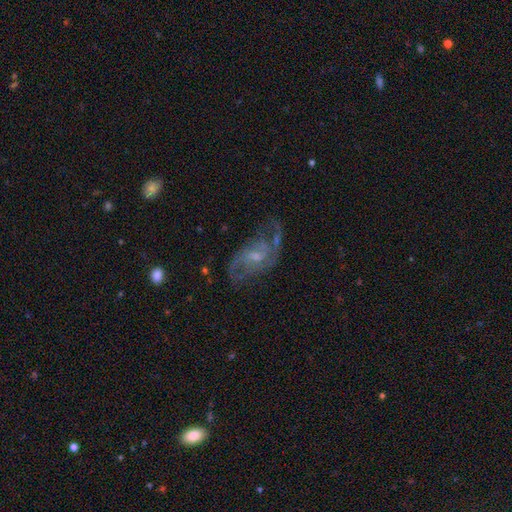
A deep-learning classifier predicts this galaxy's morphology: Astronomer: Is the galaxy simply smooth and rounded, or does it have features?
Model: featured or disk — 83%.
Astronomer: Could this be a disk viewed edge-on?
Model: no — 96%.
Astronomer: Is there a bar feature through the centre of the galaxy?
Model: weak — 47% (runner-up: no, 45%).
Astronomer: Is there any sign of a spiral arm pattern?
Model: yes — 93%.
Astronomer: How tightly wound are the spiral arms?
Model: medium — 48% (runner-up: loose, 34%).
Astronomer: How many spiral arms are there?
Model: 2 — 75%.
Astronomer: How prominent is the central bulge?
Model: small — 50% (runner-up: moderate, 39%).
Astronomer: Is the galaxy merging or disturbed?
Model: none — 60%.